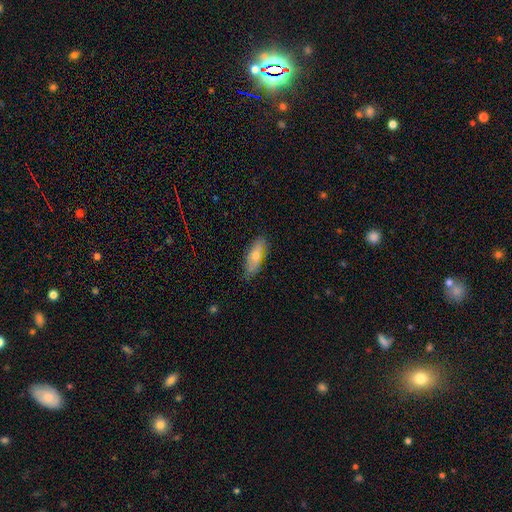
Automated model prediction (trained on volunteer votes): Smooth or featured? smooth (57%)
How rounded? in between (63%)
Merging? none (79%)